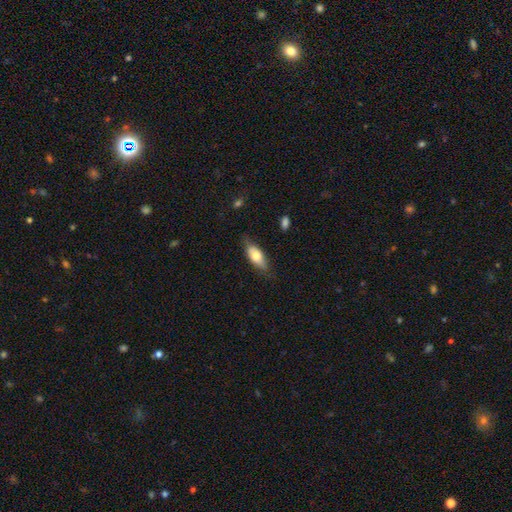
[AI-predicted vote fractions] This appears to be a smooth galaxy with no disk features (68%) that is in between round and cigar-shaped (79%). Merging: none (71%).